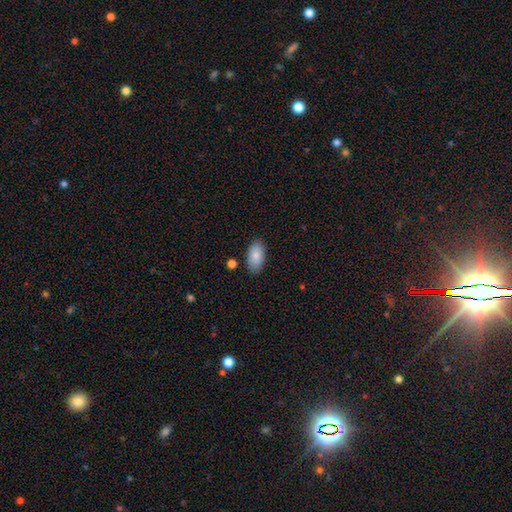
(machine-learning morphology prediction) Smooth or featured: smooth — 84% (featured or disk — 9%)
How rounded: in between — 94% (round — 3%)
Merging: none — 84% (minor disturbance — 12%)